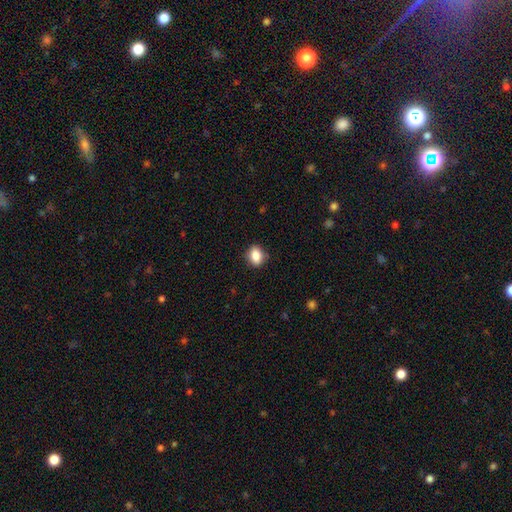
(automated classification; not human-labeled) smooth 85%, star or artifact 8%, featured or disk 6%. Down the decision tree: how rounded — in between (61%); merging — none (85%).